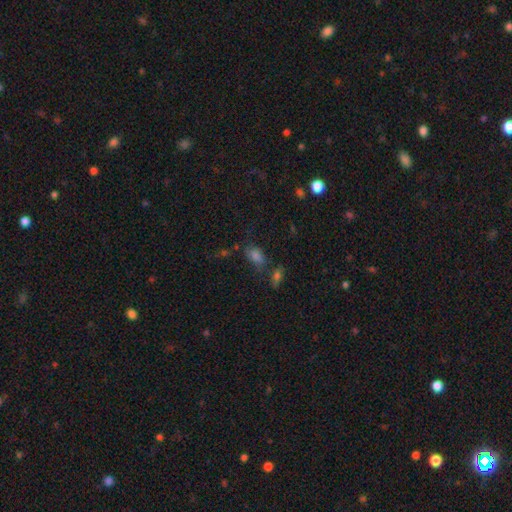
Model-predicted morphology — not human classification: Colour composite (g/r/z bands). It shows a smooth galaxy with no disk features (63%) that is in between round and cigar-shaped (81%). Merging: none (54%).